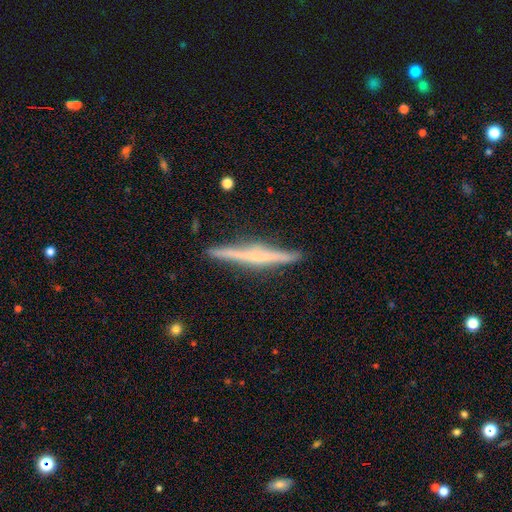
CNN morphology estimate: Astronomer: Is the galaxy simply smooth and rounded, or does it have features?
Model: featured or disk — 71%.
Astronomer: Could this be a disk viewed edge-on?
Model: yes — 98%.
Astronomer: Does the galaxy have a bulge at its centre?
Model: none — 45% (runner-up: rounded, 38%).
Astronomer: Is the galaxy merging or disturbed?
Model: none — 89%.